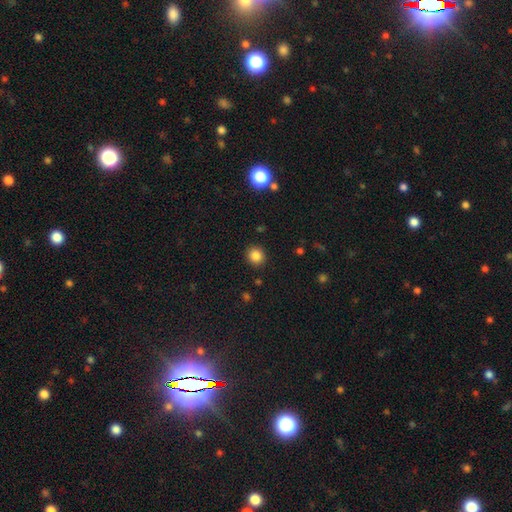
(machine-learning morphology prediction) A smooth galaxy with no disk features (85%) that is round (86%).

Vote fractions:
- Smooth or featured? smooth: 85% / star or artifact: 12% / featured or disk: 4%
- How rounded? round: 86% / in between: 13% / cigar-shaped: 1%
- Merging? none: 90% / minor disturbance: 7% / major disturbance: 2% / merger: 1%